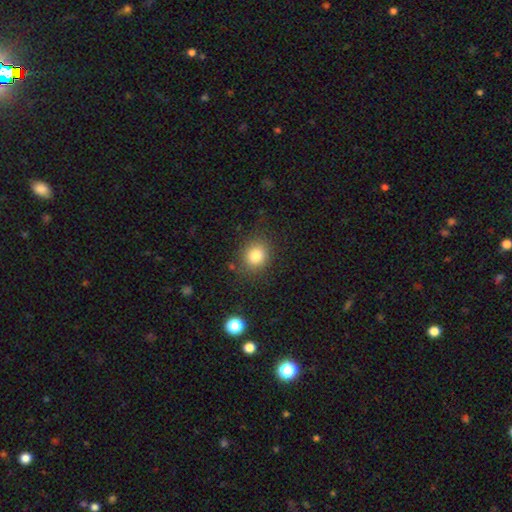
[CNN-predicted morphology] The model was most divided on "how rounded": round: 74%, in between: 25%, cigar-shaped: 1%. More confident: merging — none (83%); smooth or featured — smooth (81%).